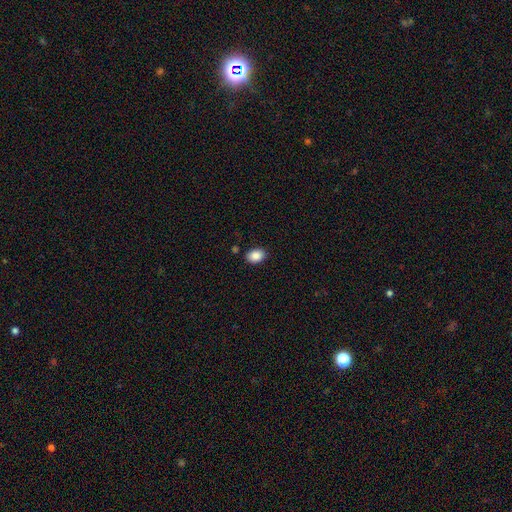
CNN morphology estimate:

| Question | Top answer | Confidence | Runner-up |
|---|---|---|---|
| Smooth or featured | smooth | 88% | star or artifact (8%) |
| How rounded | in between | 77% | round (22%) |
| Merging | none | 88% | minor disturbance (8%) |